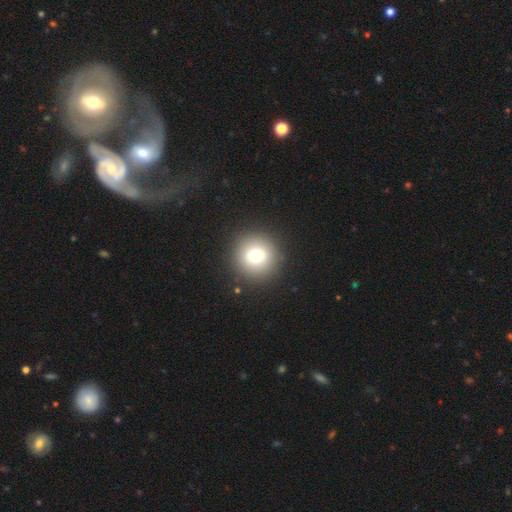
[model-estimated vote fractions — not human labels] This is likely a smooth galaxy (76%). How rounded: clearly round (95%). Merging: clearly none (91%).